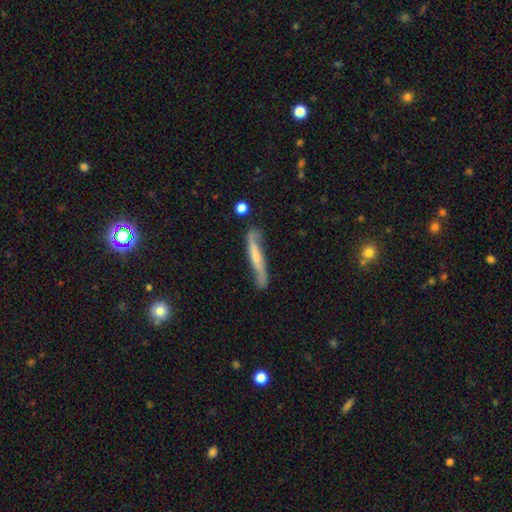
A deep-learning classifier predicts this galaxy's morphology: This appears to be a featured or disk galaxy (60%) viewed edge-on (64%). Merging: none (67%).